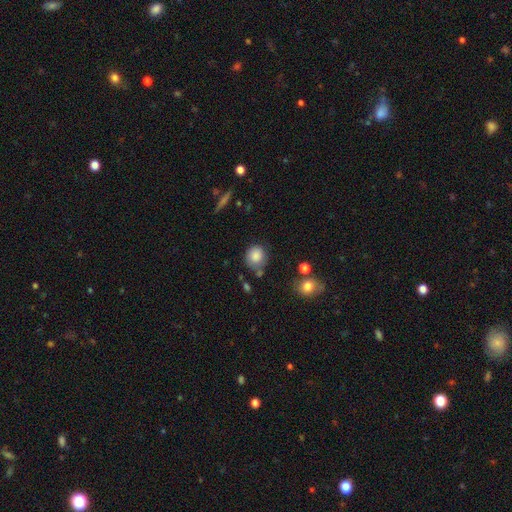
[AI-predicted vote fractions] A smooth galaxy with no disk features (83%) that is round (78%).

Vote fractions:
- Smooth or featured? smooth: 83% / star or artifact: 9% / featured or disk: 8%
- How rounded? round: 78% / in between: 21% / cigar-shaped: 1%
- Merging? none: 64% / minor disturbance: 23% / merger: 7% / major disturbance: 6%